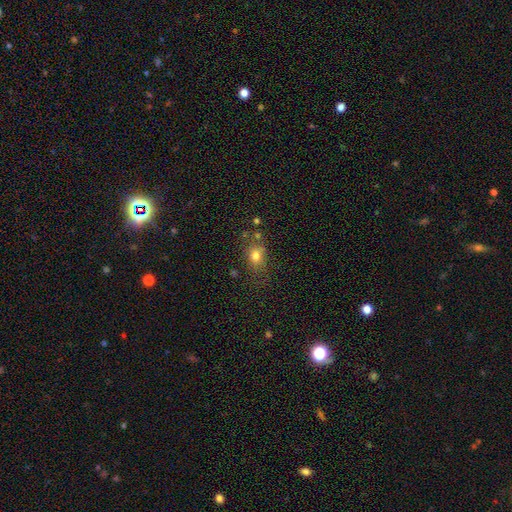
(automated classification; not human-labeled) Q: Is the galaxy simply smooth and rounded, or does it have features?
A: smooth — 75%.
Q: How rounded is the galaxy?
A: in between — 54%.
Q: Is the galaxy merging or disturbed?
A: none — 65%.